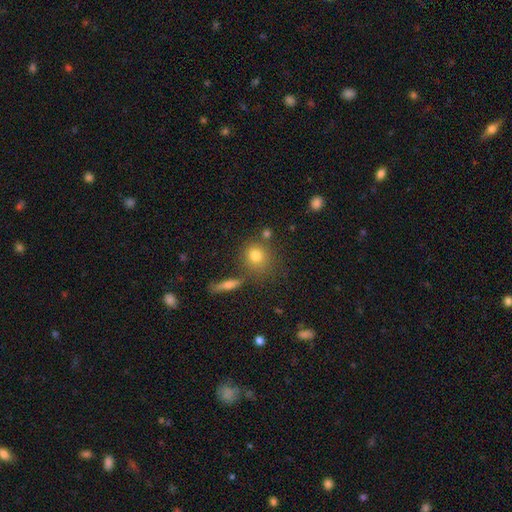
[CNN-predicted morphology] Overall: smooth (78%). How rounded: round (81%). Merging: none (72%).